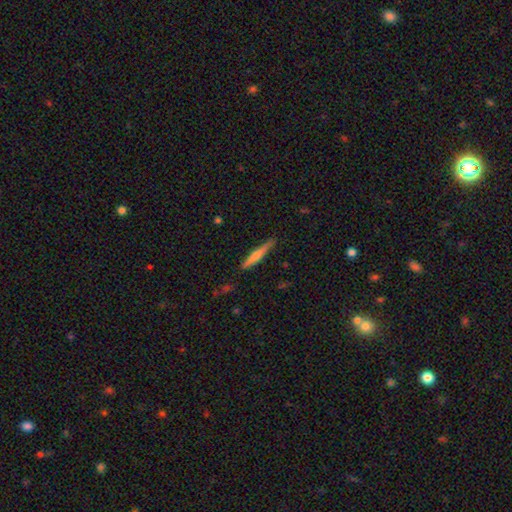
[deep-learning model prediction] The model was most divided on "smooth or featured": smooth: 49%, featured or disk: 44%, star or artifact: 6%. More confident: merging — none (85%).